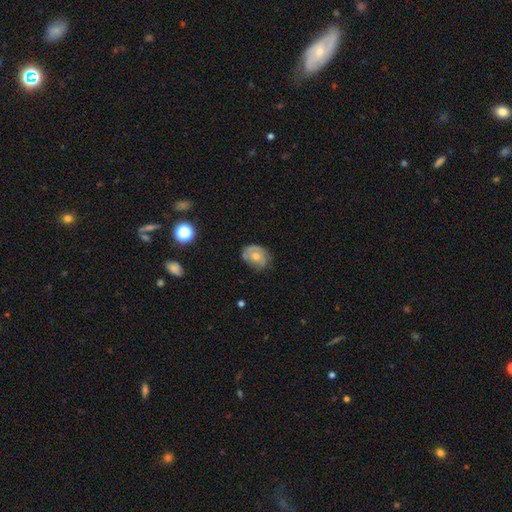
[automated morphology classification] Smooth or featured?
  - smooth: 48% *
  - featured or disk: 43%
  - star or artifact: 9%
Merging?
  - none: 60% *
  - minor disturbance: 28%
  - major disturbance: 9%
  - merger: 2%